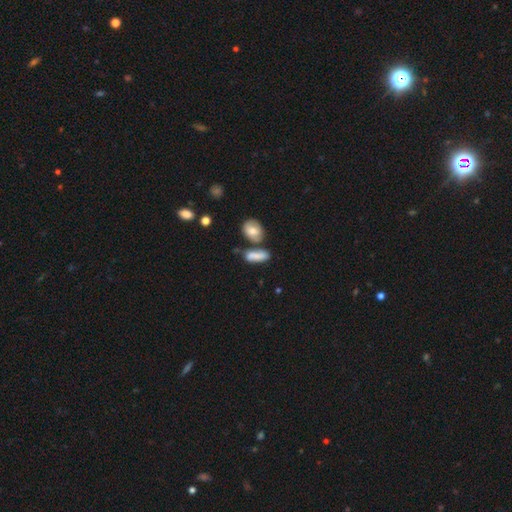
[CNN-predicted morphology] A smooth galaxy with no disk features (78%) that is in between round and cigar-shaped (61%).

Vote fractions:
- Smooth or featured? smooth: 78% / featured or disk: 13% / star or artifact: 8%
- How rounded? in between: 61% / cigar-shaped: 33% / round: 6%
- Merging? none: 50% / merger: 26% / minor disturbance: 18% / major disturbance: 6%